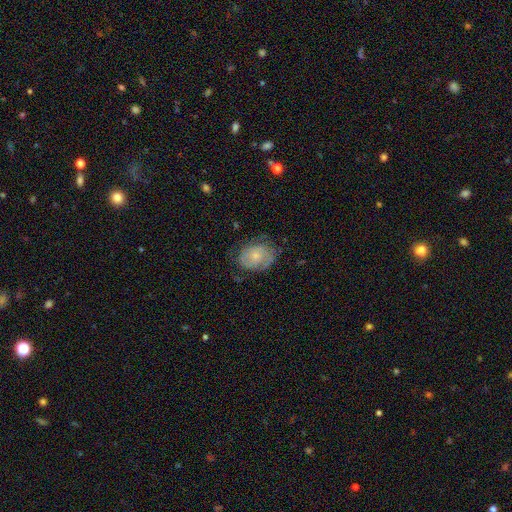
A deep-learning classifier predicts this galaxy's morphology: Overall: featured or disk (50%; smooth 43%). Merging: none (63%; minor disturbance 26%).